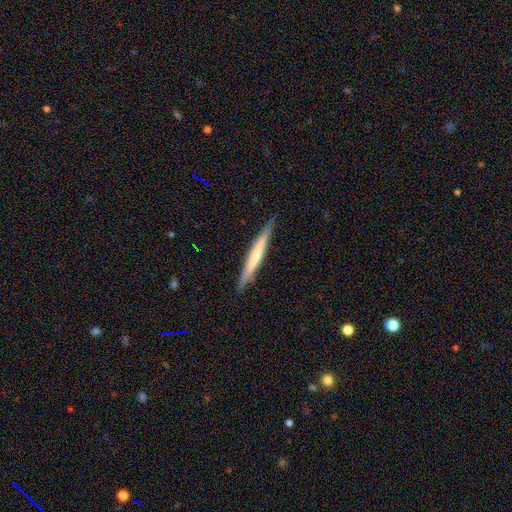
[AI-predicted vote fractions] The model was most divided on "smooth or featured": featured or disk: 48%, smooth: 47%, star or artifact: 5%. More confident: merging — none (89%).